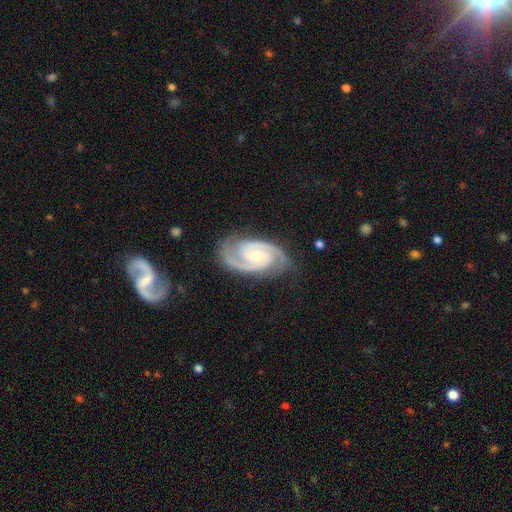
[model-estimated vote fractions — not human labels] This is clearly a featured or disk galaxy (94%). It is clearly not viewed edge-on (98%). Bar: possibly no (53%). Spiral arm pattern: clearly yes (99%). Spiral arm count: clearly 2 (92%). Spiral winding: possibly tight (60%). Central bulge: possibly small (47%, tied with moderate). Merging: clearly none (82%).